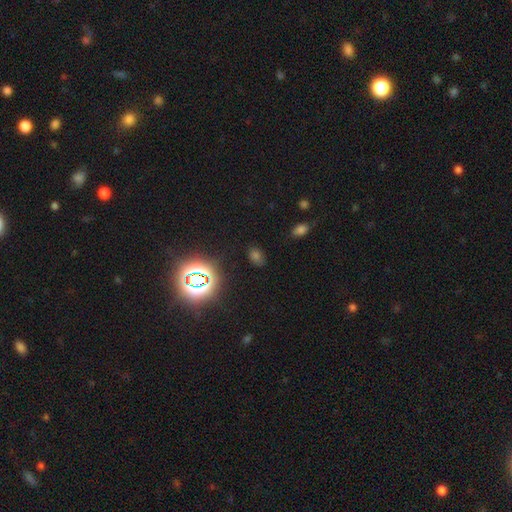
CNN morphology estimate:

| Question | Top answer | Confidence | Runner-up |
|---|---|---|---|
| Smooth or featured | star or artifact | 50% | smooth (42%) |